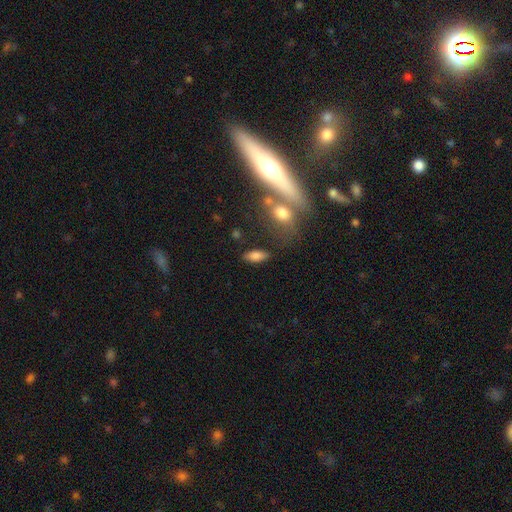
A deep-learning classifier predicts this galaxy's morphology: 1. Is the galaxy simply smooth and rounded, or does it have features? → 77% smooth, 13% featured or disk, 10% star or artifact.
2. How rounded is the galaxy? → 76% in between, 20% cigar-shaped, 4% round.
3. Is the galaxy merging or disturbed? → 79% none, 11% minor disturbance, 6% merger, 4% major disturbance.